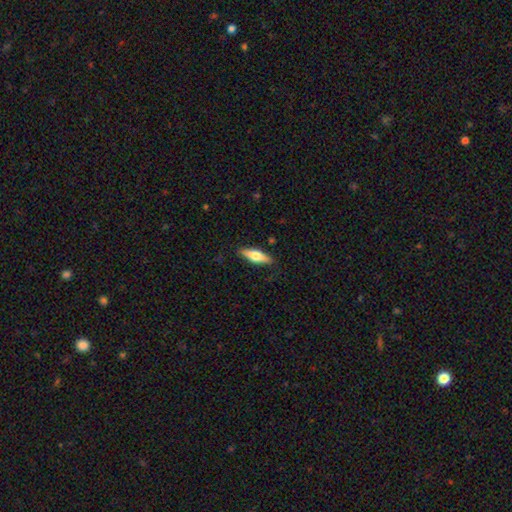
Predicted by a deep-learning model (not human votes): Smooth or featured?
  - smooth: 61% *
  - featured or disk: 33%
  - star or artifact: 6%
How rounded?
  - cigar-shaped: 51% *
  - in between: 47%
  - round: 2%
Merging?
  - none: 85% *
  - minor disturbance: 12%
  - major disturbance: 2%
  - merger: 1%